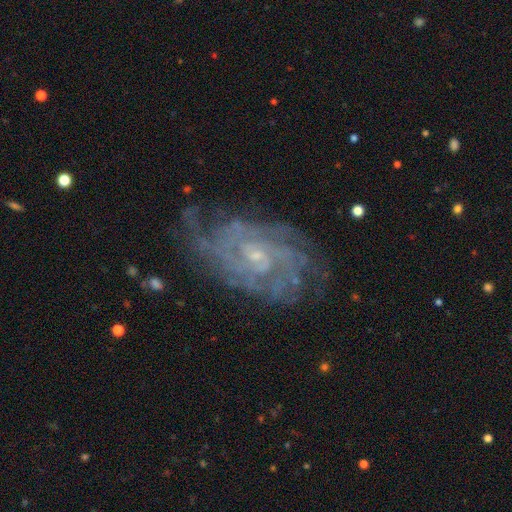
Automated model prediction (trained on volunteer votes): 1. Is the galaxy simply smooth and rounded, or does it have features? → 87% featured or disk, 7% star or artifact, 6% smooth.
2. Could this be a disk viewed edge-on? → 97% no, 3% yes.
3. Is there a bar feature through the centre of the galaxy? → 59% no, 34% weak, 7% strong.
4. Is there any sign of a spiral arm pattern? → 96% yes, 4% no.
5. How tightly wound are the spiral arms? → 65% tight, 29% medium, 6% loose.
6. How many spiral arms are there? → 34% can't tell, 20% 4, 14% 2, 14% 3, 11% more than 4, 7% 1.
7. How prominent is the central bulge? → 80% small, 14% moderate, 4% none, 1% large, 1% dominant.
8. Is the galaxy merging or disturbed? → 69% none, 20% minor disturbance, 9% major disturbance, 2% merger.